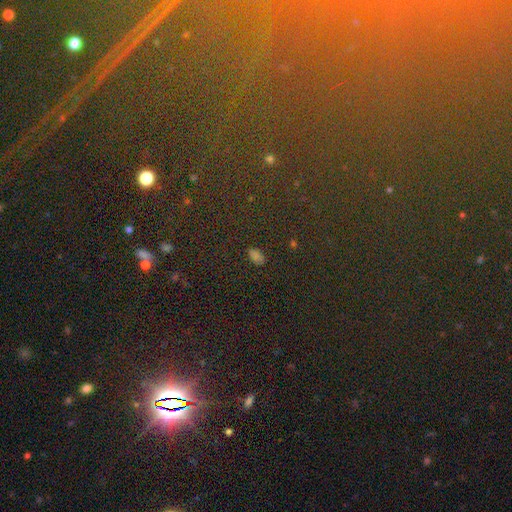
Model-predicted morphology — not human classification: Smooth or featured? star or artifact (78%)